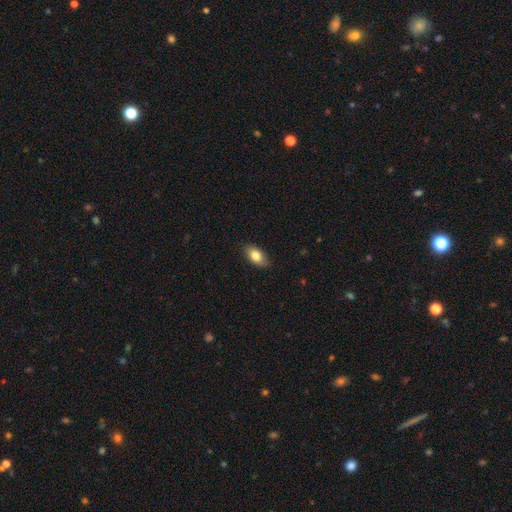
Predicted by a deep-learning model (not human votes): smooth 81%, featured or disk 12%, star or artifact 7%. Down the decision tree: how rounded — in between (91%); merging — none (84%).